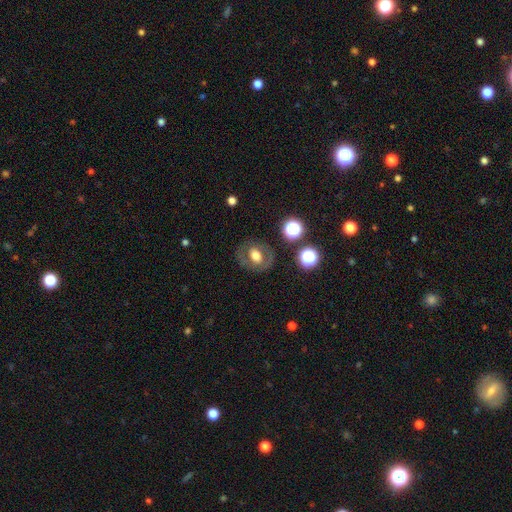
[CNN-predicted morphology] smooth_or_featured: smooth (p=0.51) [alt: featured or disk p=0.38]
how_rounded: round (p=0.53) [alt: in between p=0.45]
merging: none (p=0.79) [alt: minor disturbance p=0.12]